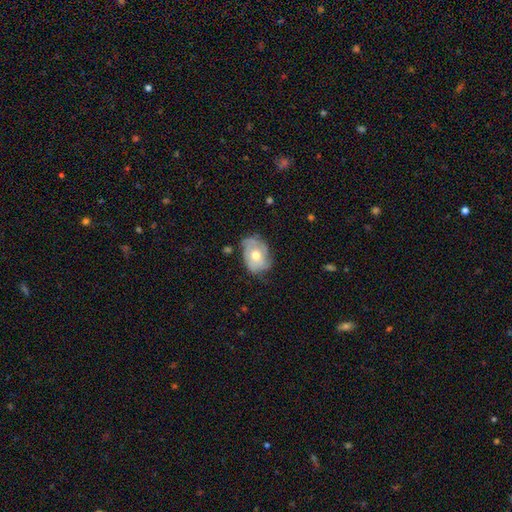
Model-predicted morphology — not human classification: A featured or disk galaxy (53%) with no bar (83%), spiral arms (61%) and a moderate central bulge (77%). Merging: none (57%).